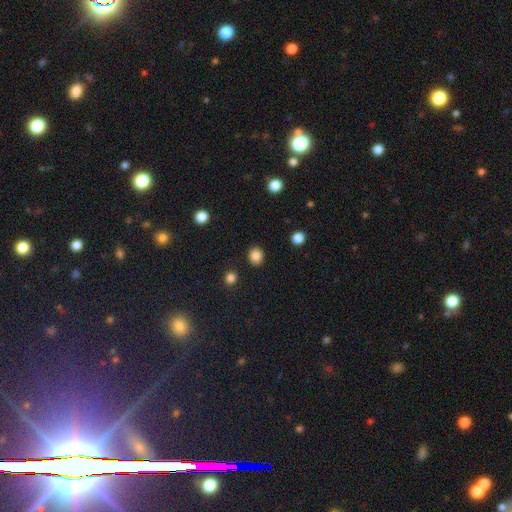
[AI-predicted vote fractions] A smooth galaxy with no disk features (86%) that is round (74%). Merging: none (89%).